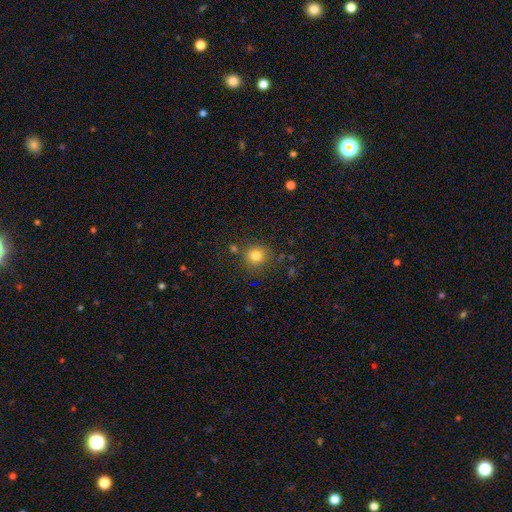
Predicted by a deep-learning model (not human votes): Morphology: type=smooth (80%); roundness=round (90%); merging=none (79%).